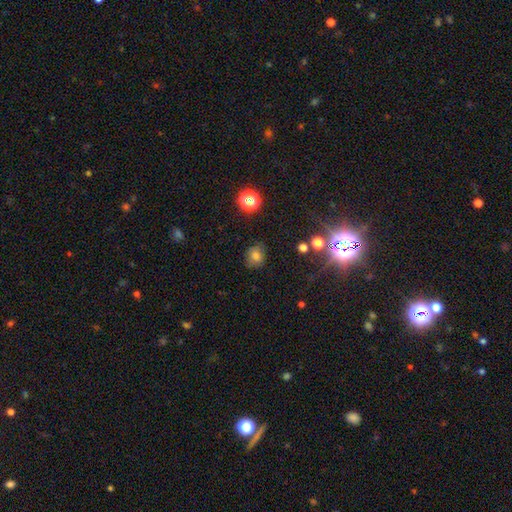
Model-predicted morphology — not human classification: smooth 74%, star or artifact 17%, featured or disk 9%. Down the decision tree: how rounded — round (71%); merging — none (80%).